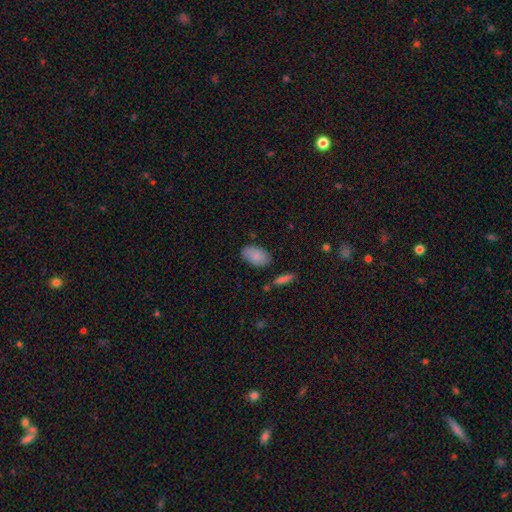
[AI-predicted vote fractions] Smooth or featured? smooth (86%)
How rounded? in between (93%)
Merging? none (79%)